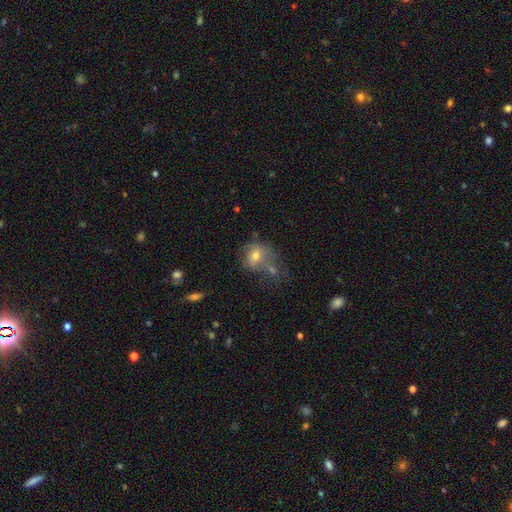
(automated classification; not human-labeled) Q: Smooth or featured?
A: smooth (61%); runner-up: featured or disk (27%)
Q: How rounded?
A: round (59%); runner-up: in between (39%)
Q: Merging?
A: none (35%); runner-up: merger (28%)